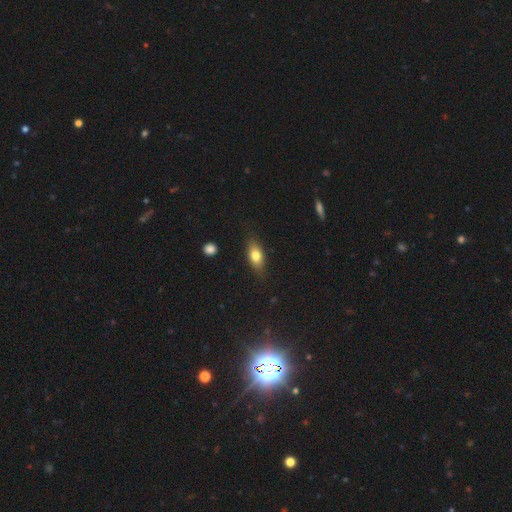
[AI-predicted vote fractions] smooth-or-featured: smooth: 75% | featured or disk: 17% | star or artifact: 8%
  how-rounded: in between: 79% | cigar-shaped: 13% | round: 8%
  merging: none: 81% | minor disturbance: 14% | major disturbance: 3% | merger: 1%